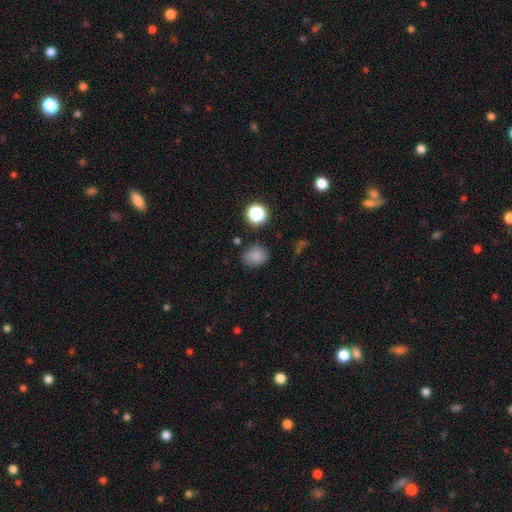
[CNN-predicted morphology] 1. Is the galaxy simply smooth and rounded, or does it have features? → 81% smooth, 13% star or artifact, 6% featured or disk.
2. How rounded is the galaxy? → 54% round, 45% in between, 1% cigar-shaped.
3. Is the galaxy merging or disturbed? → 77% none, 16% minor disturbance, 4% major disturbance, 3% merger.